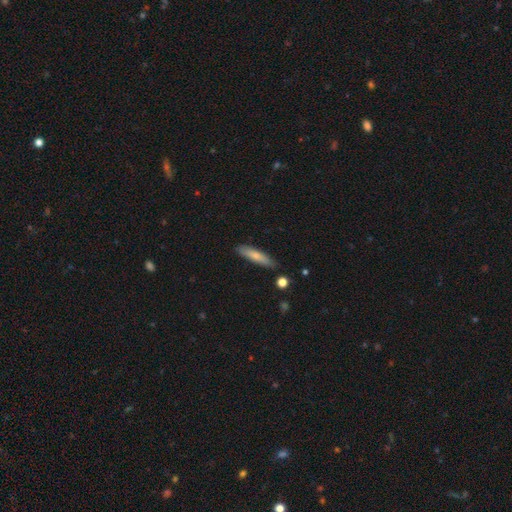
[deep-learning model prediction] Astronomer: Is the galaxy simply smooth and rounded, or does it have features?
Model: smooth — 73%.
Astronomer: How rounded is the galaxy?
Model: cigar-shaped — 84%.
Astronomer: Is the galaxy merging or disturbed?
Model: none — 85%.